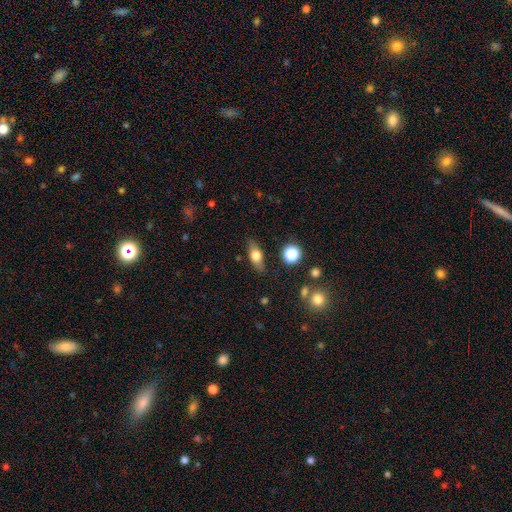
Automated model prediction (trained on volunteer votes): smooth-or-featured: smooth: 66% | featured or disk: 26% | star or artifact: 9%
  how-rounded: in between: 69% | cigar-shaped: 21% | round: 10%
  merging: none: 82% | minor disturbance: 13% | major disturbance: 3% | merger: 2%